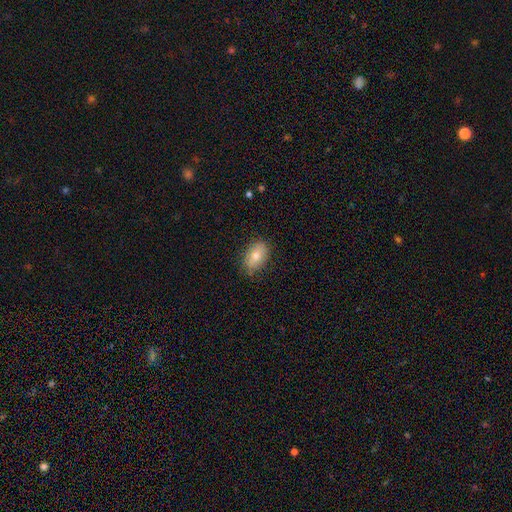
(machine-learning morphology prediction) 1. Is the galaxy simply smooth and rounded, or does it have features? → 73% smooth, 19% featured or disk, 8% star or artifact.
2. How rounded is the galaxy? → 86% in between, 12% round, 2% cigar-shaped.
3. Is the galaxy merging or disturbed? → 80% none, 16% minor disturbance, 3% major disturbance, 1% merger.